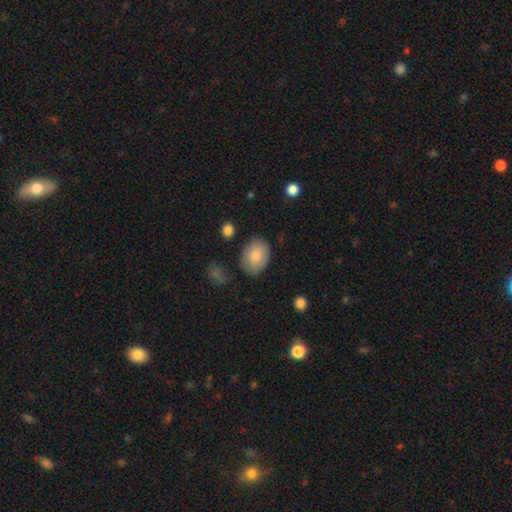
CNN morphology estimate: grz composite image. It shows a smooth galaxy with no disk features (82%) that is in between round and cigar-shaped (74%). Merging: none (79%).